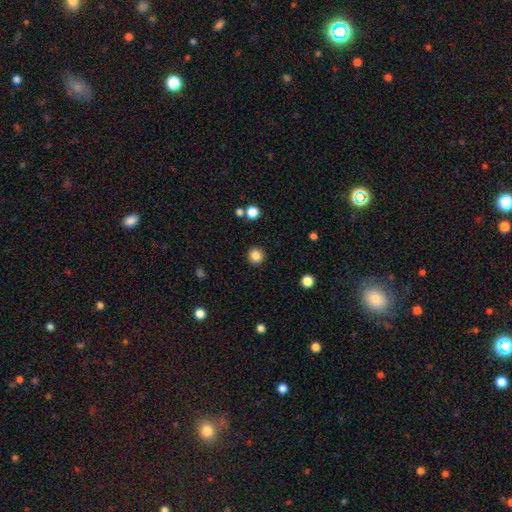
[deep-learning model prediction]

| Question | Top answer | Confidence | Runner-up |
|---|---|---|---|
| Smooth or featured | smooth | 85% | star or artifact (10%) |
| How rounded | round | 91% | in between (8%) |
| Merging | none | 91% | minor disturbance (6%) |